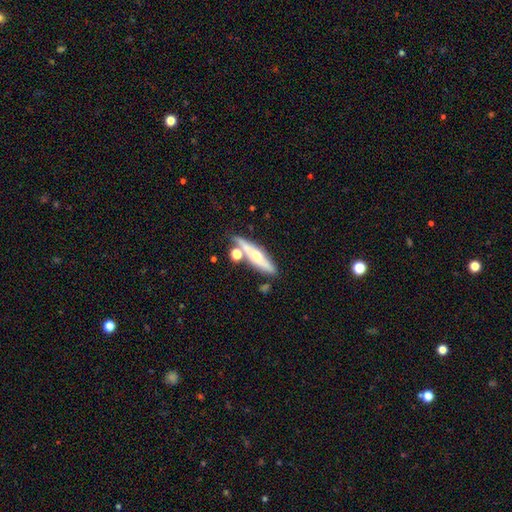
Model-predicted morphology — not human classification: Smooth or featured? Predicted: featured or disk (p=0.60). Edge-on disk? Predicted: yes (p=0.83). Merging? Predicted: none (p=0.67).